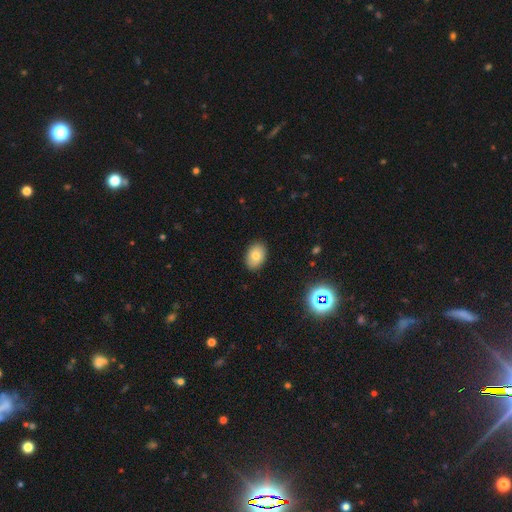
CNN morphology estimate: Smooth or featured?
  - smooth: 76% *
  - featured or disk: 13%
  - star or artifact: 11%
How rounded?
  - in between: 83% *
  - round: 16%
  - cigar-shaped: 1%
Merging?
  - none: 88% *
  - minor disturbance: 9%
  - major disturbance: 2%
  - merger: 1%